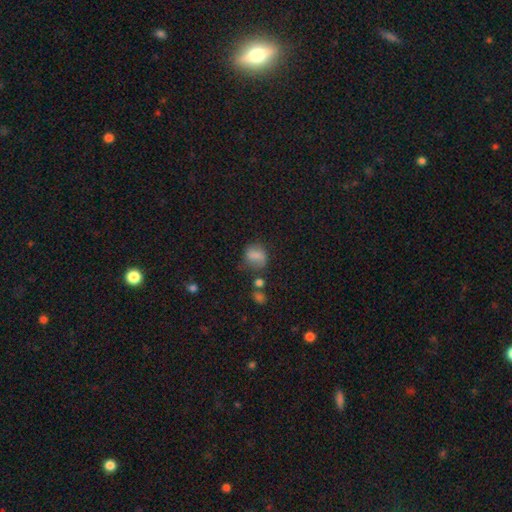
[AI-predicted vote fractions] Morphology: type=smooth (76%); roundness=round (49%, tied with in between); merging=none (53%).